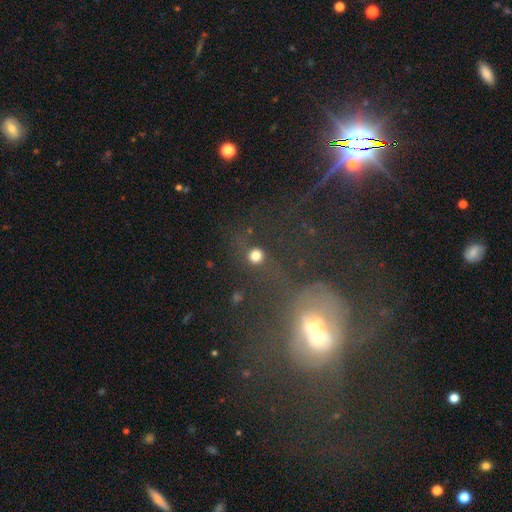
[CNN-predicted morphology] This appears to be a smooth galaxy with no disk features (74%) that is round (89%). Merging: none (73%).